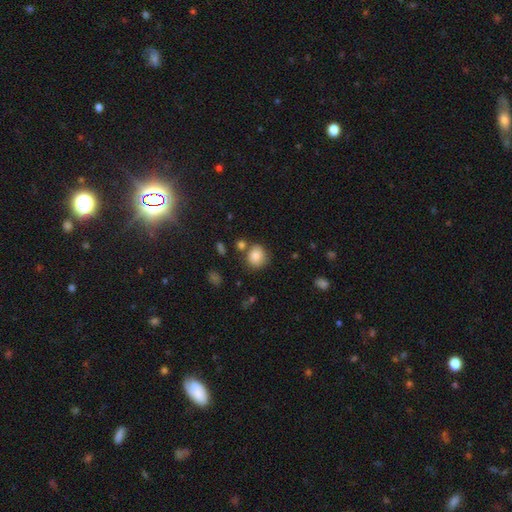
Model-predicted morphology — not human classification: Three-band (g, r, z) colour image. It shows a smooth galaxy with no disk features (82%) that is round (79%). Merging: none (66%).